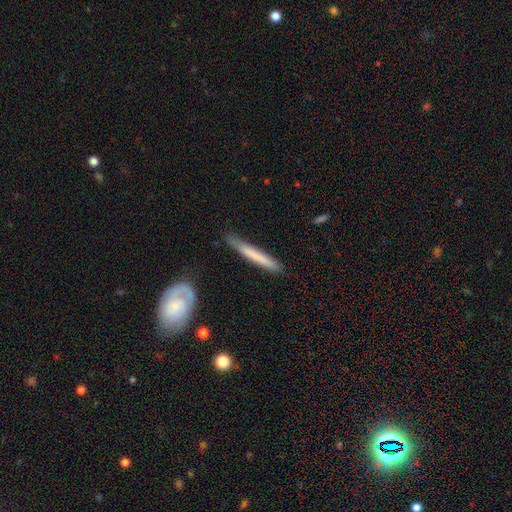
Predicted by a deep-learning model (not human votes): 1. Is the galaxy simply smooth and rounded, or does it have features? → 64% smooth, 31% featured or disk, 5% star or artifact.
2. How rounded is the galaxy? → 96% cigar-shaped, 3% in between, 1% round.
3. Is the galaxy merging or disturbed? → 80% none, 15% minor disturbance, 3% major disturbance, 2% merger.